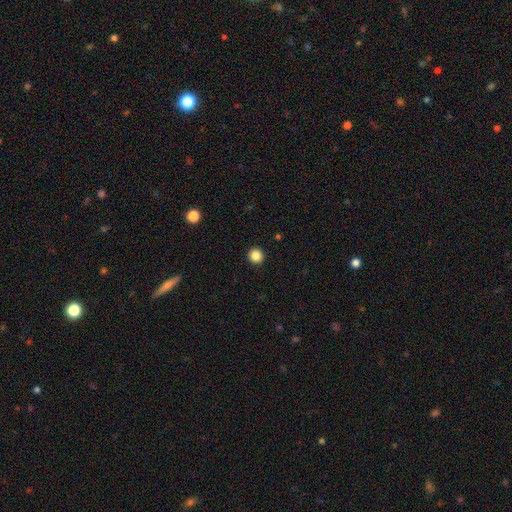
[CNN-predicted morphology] smooth_or_featured: smooth (p=0.86) [alt: star or artifact p=0.11]
how_rounded: round (p=0.94) [alt: in between p=0.05]
merging: none (p=0.93) [alt: minor disturbance p=0.04]